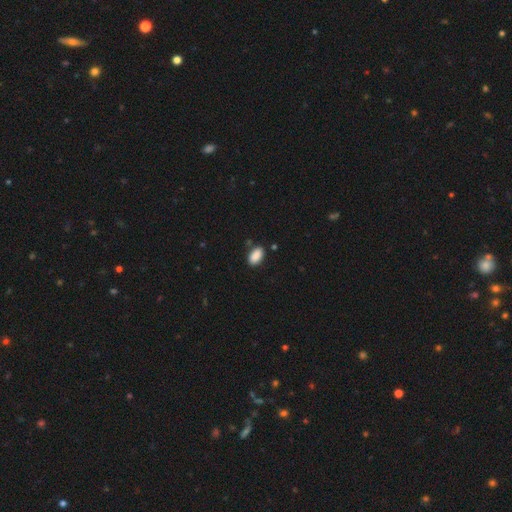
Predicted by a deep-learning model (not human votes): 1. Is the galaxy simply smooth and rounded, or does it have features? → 90% smooth, 7% star or artifact, 3% featured or disk.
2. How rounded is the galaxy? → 93% in between, 4% round, 2% cigar-shaped.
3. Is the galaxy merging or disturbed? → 84% none, 12% minor disturbance, 2% major disturbance, 2% merger.